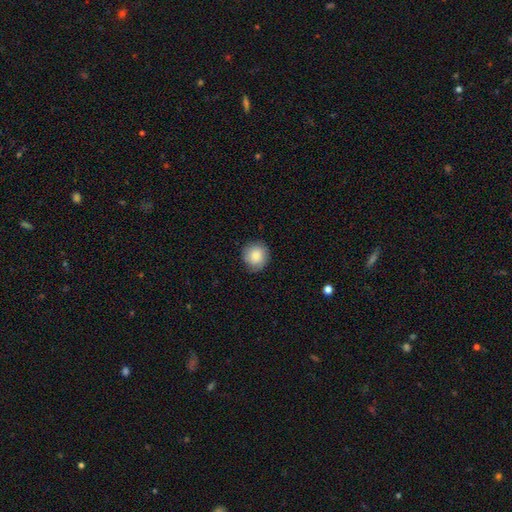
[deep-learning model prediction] smooth_or_featured: smooth (p=0.84) [alt: featured or disk p=0.08]
how_rounded: round (p=0.91) [alt: in between p=0.08]
merging: none (p=0.82) [alt: minor disturbance p=0.14]